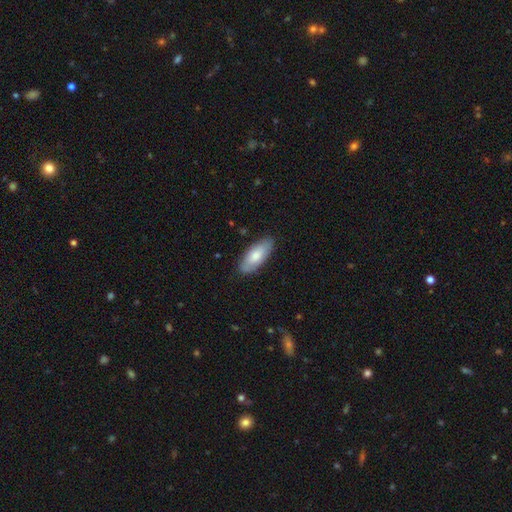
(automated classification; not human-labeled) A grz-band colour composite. It shows a smooth galaxy with no disk features (76%) that is in between round and cigar-shaped (82%). Merging: none (85%).